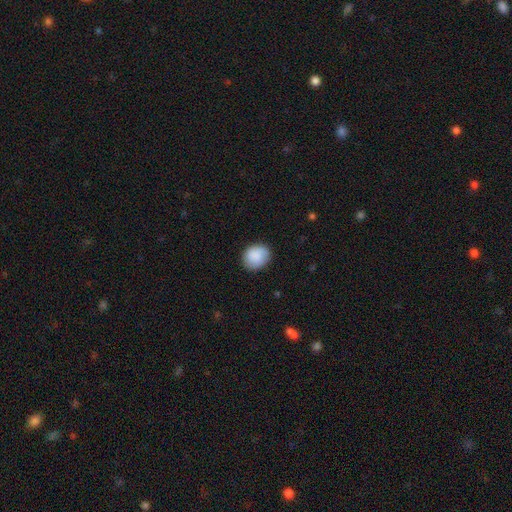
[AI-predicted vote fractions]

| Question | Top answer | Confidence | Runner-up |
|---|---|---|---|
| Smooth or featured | smooth | 87% | featured or disk (7%) |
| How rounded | round | 66% | in between (33%) |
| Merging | none | 84% | minor disturbance (12%) |